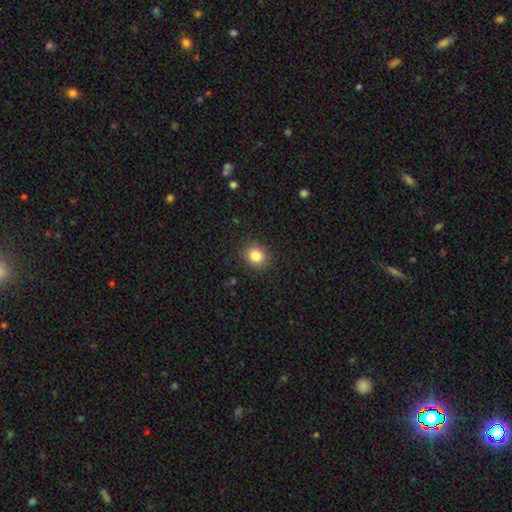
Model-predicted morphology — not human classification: type=smooth (84%); roundness=round (73%); merging=none (89%).